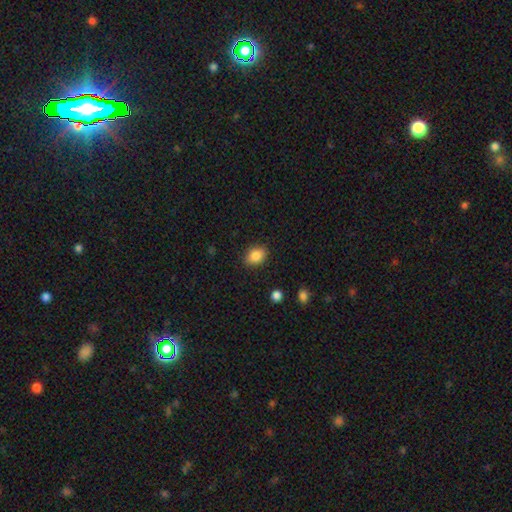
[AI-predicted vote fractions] smooth 86%, star or artifact 9%, featured or disk 5%. Down the decision tree: how rounded — in between (66%); merging — none (87%).